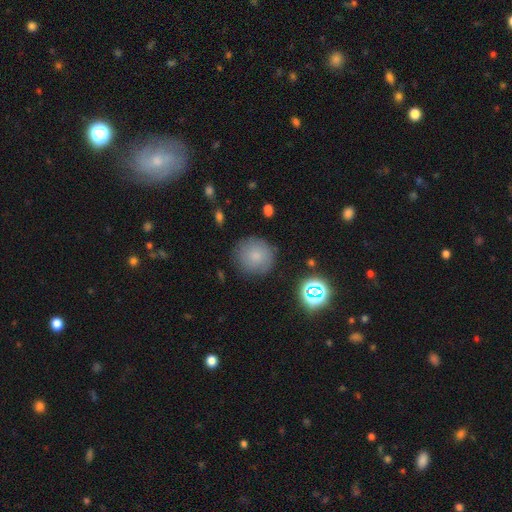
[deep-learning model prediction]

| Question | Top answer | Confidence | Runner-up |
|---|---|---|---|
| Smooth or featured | smooth | 78% | star or artifact (12%) |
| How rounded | round | 94% | in between (5%) |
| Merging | none | 84% | minor disturbance (11%) |